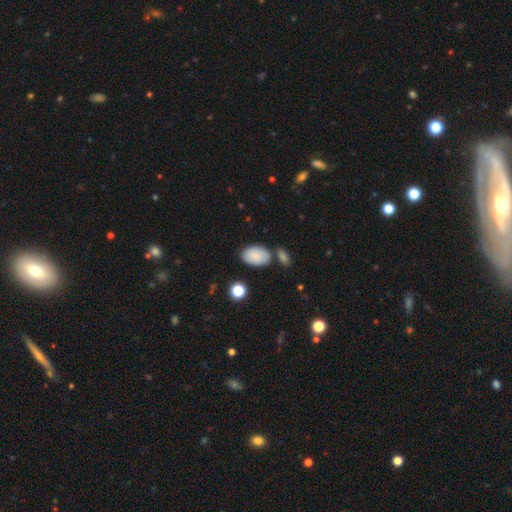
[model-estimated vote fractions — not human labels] Smooth or featured?
  - smooth: 82% *
  - featured or disk: 11%
  - star or artifact: 7%
How rounded?
  - in between: 92% *
  - round: 6%
  - cigar-shaped: 1%
Merging?
  - none: 66% *
  - minor disturbance: 17%
  - merger: 13%
  - major disturbance: 4%